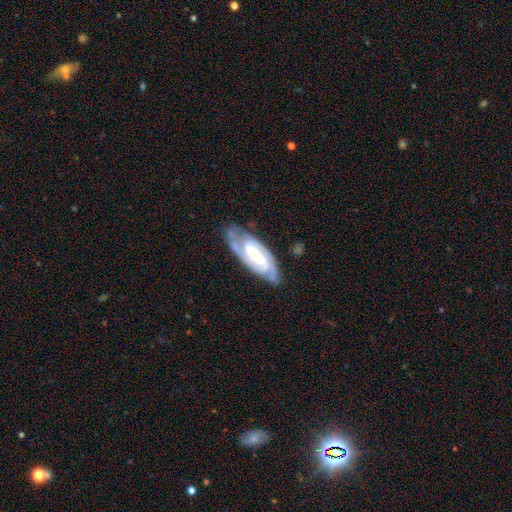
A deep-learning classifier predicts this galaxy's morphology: Smooth or featured: featured or disk — 88% (smooth — 8%)
Edge-on disk: no — 94% (yes — 6%)
Bar: weak — 39% (tied with strong — 39%)
Spiral arms: yes — 97% (no — 3%)
Spiral winding: tight — 56% (medium — 38%)
Spiral arm count: 2 — 69% (3 — 14%)
Bulge size: small — 55% (moderate — 33%)
Merging: none — 76% (minor disturbance — 17%)